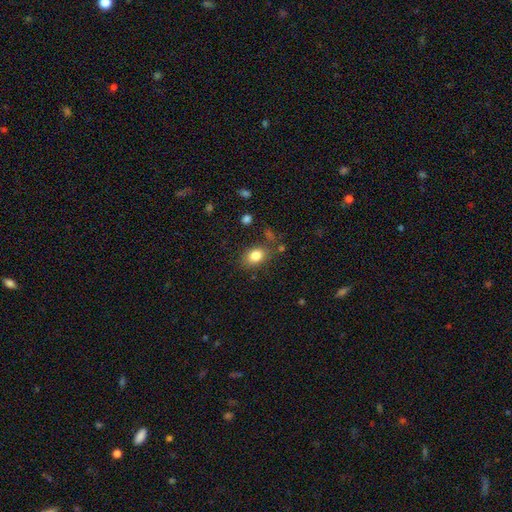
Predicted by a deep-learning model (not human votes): A smooth galaxy with no disk features (83%) that is in between round and cigar-shaped (72%).

Vote fractions:
- Smooth or featured? smooth: 83% / star or artifact: 9% / featured or disk: 8%
- How rounded? in between: 72% / round: 27% / cigar-shaped: 1%
- Merging? none: 74% / minor disturbance: 16% / major disturbance: 5% / merger: 5%